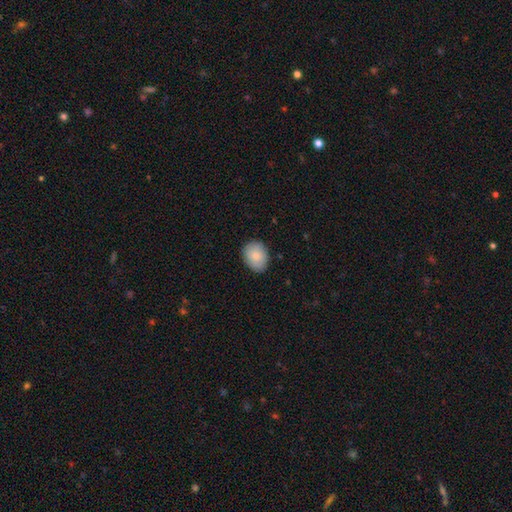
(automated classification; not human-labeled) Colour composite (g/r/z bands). It shows a smooth galaxy with no disk features (83%) that is in between round and cigar-shaped (59%). Merging: none (84%).